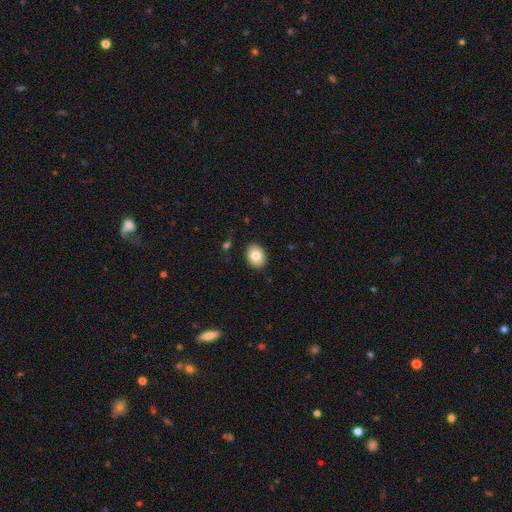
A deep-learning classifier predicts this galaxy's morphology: smooth-or-featured: smooth: 83% | featured or disk: 10% | star or artifact: 8%
  how-rounded: in between: 69% | round: 30% | cigar-shaped: 1%
  merging: none: 89% | minor disturbance: 8% | major disturbance: 2% | merger: 1%